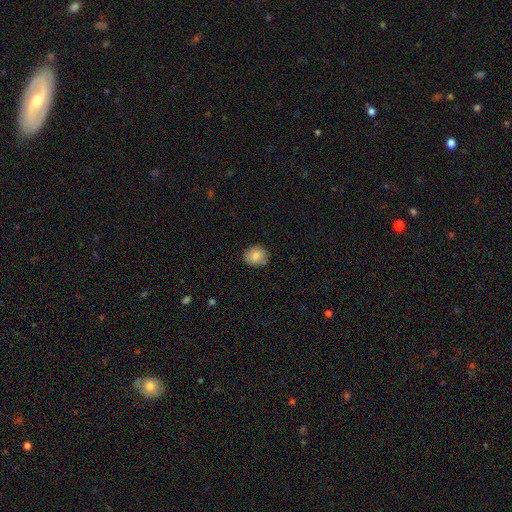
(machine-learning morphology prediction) This is clearly a smooth galaxy (84%). How rounded: likely round (69%). Merging: clearly none (85%).